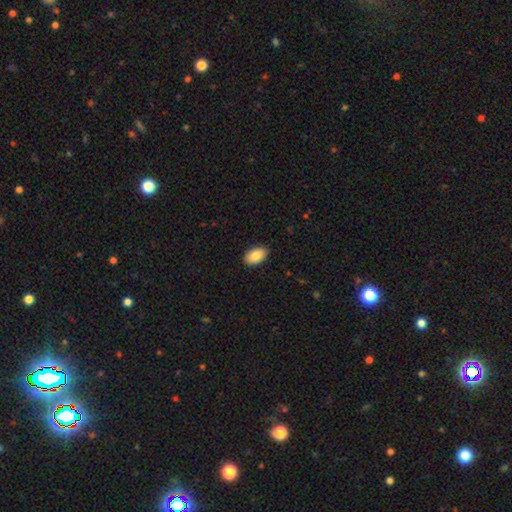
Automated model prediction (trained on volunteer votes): Smooth or featured? Predicted: smooth (p=0.87). How rounded? Predicted: in between (p=0.93). Merging? Predicted: none (p=0.89).